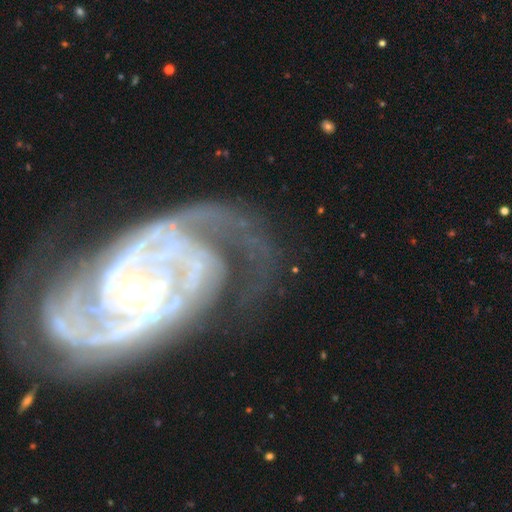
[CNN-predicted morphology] smooth-or-featured: featured or disk: 82% | smooth: 9% | star or artifact: 9%
  disk-edge-on: no: 96% | yes: 4%
    bar: no: 64% | weak: 21% | strong: 15%
    has-spiral-arms: yes: 85% | no: 15%
      spiral-winding: tight: 53% | medium: 32% | loose: 15%
      spiral-arm-count: 2: 33% | can't tell: 27% | 3: 14% | 1: 10% | 4: 8% | more than 4: 7%
    bulge-size: small: 47% | moderate: 37% | none: 8% | large: 6% | dominant: 2%
  merging: none: 47% | major disturbance: 29% | minor disturbance: 18% | merger: 6%